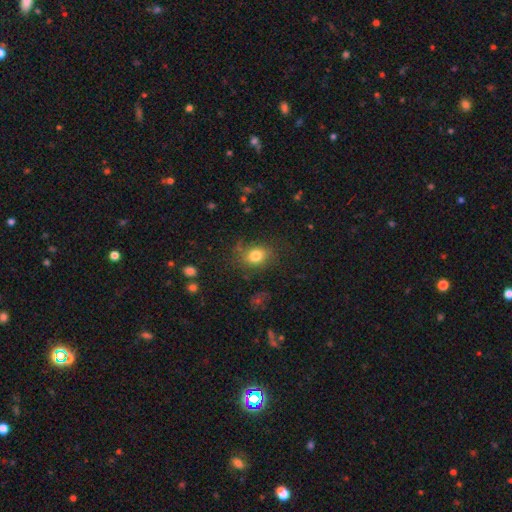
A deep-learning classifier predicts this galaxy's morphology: type=smooth (79%); roundness=in between (53%); merging=none (73%).